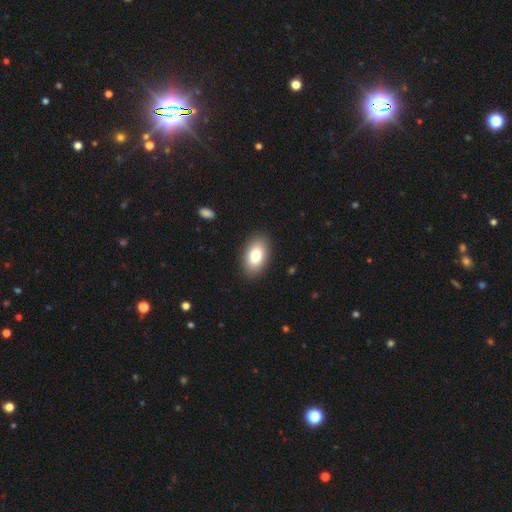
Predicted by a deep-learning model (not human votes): smooth_or_featured: smooth (p=0.81) [alt: featured or disk p=0.11]
how_rounded: in between (p=0.92) [alt: round p=0.07]
merging: none (p=0.89) [alt: minor disturbance p=0.08]